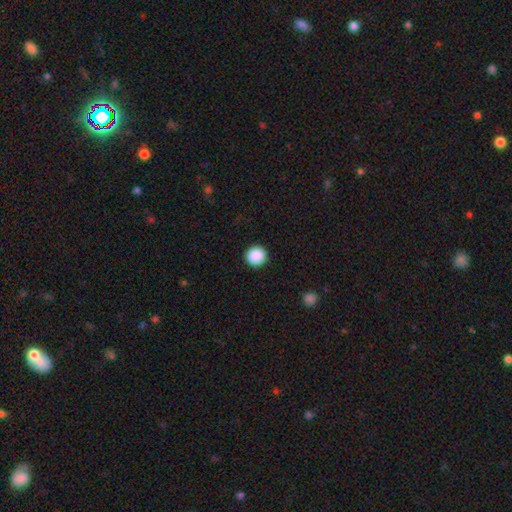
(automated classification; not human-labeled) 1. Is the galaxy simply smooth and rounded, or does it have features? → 89% smooth, 8% star or artifact, 2% featured or disk.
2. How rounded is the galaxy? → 95% round, 4% in between, 1% cigar-shaped.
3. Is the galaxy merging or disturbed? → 93% none, 4% minor disturbance, 2% major disturbance, 1% merger.